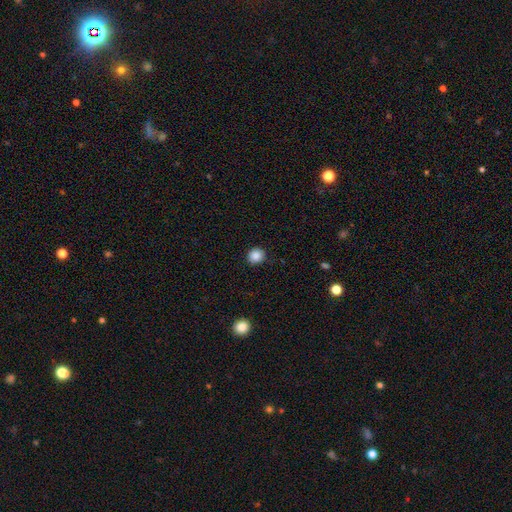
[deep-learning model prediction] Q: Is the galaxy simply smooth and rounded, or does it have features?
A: smooth — 87%.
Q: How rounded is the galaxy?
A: round — 87%.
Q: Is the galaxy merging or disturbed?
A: none — 90%.